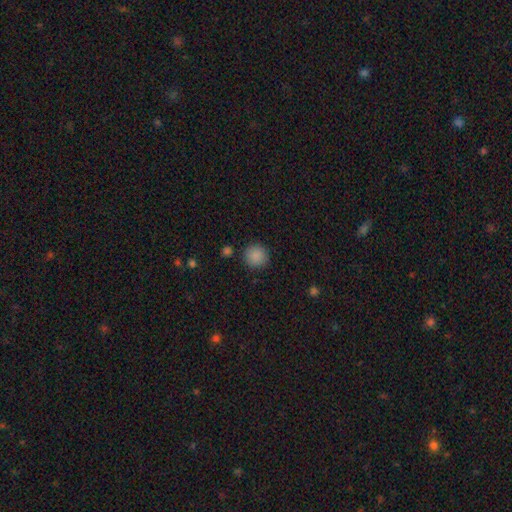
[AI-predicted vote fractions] Smooth or featured: smooth — 87% (star or artifact — 10%)
How rounded: round — 93% (in between — 6%)
Merging: none — 88% (minor disturbance — 7%)